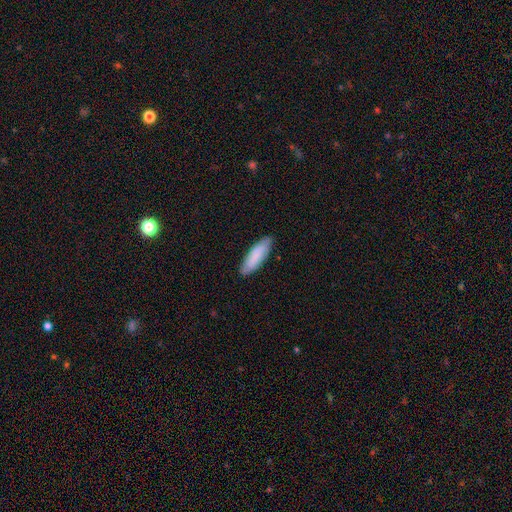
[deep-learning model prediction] Smooth or featured? smooth (84%)
How rounded? cigar-shaped (51%)
Merging? none (84%)